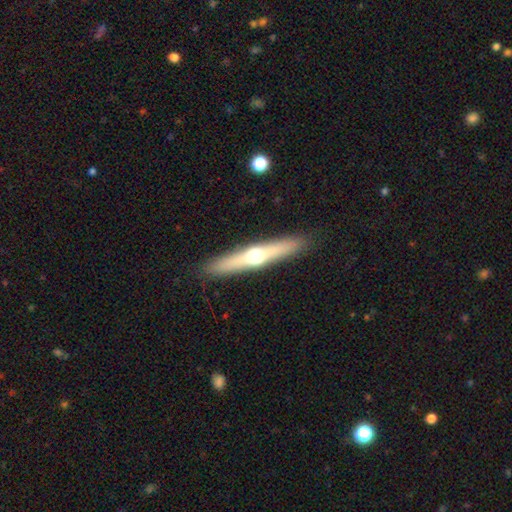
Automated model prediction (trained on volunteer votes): The model was most divided on "smooth or featured": featured or disk: 56%, smooth: 37%, star or artifact: 7%. More confident: edge-on disk — yes (93%); edge-on bulge — rounded (93%); merging — none (90%).